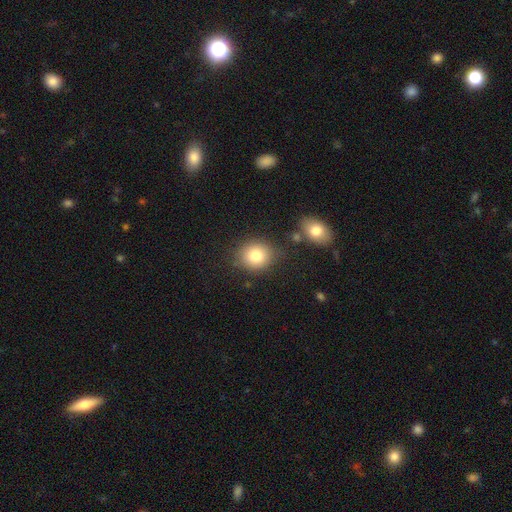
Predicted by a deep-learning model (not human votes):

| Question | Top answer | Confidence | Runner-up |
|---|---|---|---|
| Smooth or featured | smooth | 81% | star or artifact (10%) |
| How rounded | round | 71% | in between (28%) |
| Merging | none | 78% | minor disturbance (12%) |